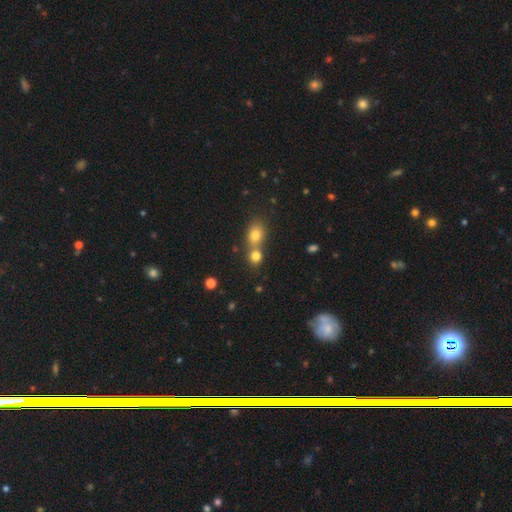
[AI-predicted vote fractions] smooth 79%, star or artifact 13%, featured or disk 9%. Down the decision tree: how rounded — round (69%); merging — merger (52%).